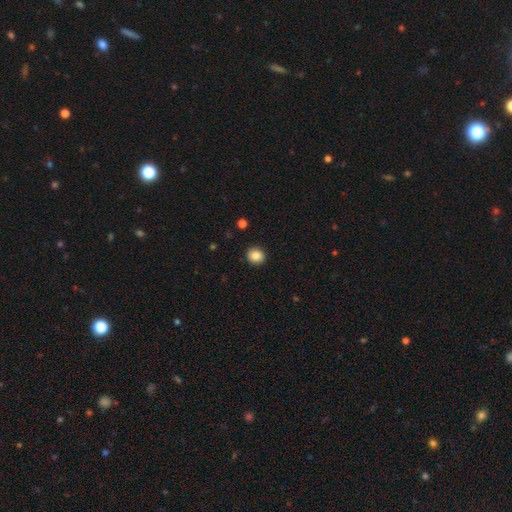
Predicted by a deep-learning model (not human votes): A smooth galaxy with no disk features (86%) that is round (83%).

Vote fractions:
- Smooth or featured? smooth: 86% / star or artifact: 9% / featured or disk: 5%
- How rounded? round: 83% / in between: 17% / cigar-shaped: 1%
- Merging? none: 91% / minor disturbance: 6% / major disturbance: 2% / merger: 1%